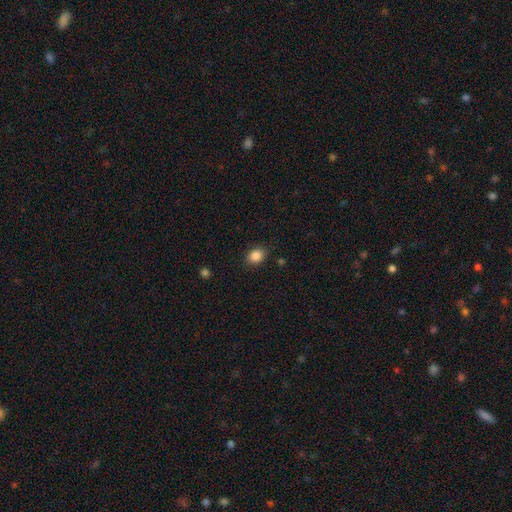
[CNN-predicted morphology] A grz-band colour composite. It shows a smooth galaxy with no disk features (86%) that is in between round and cigar-shaped (59%). Merging: none (85%).